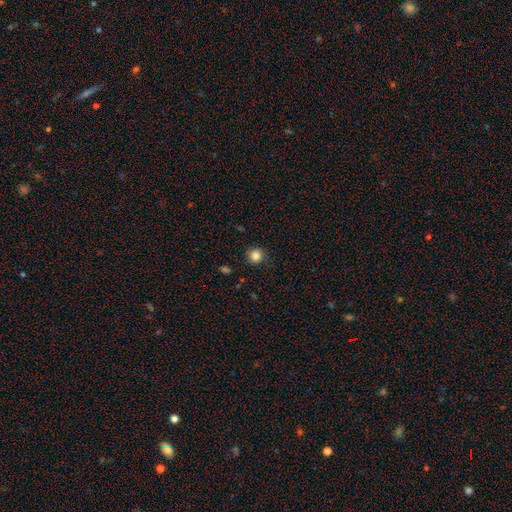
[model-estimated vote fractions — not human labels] Q: Smooth or featured?
A: smooth (85%); runner-up: star or artifact (11%)
Q: How rounded?
A: round (90%); runner-up: in between (9%)
Q: Merging?
A: none (82%); runner-up: minor disturbance (13%)